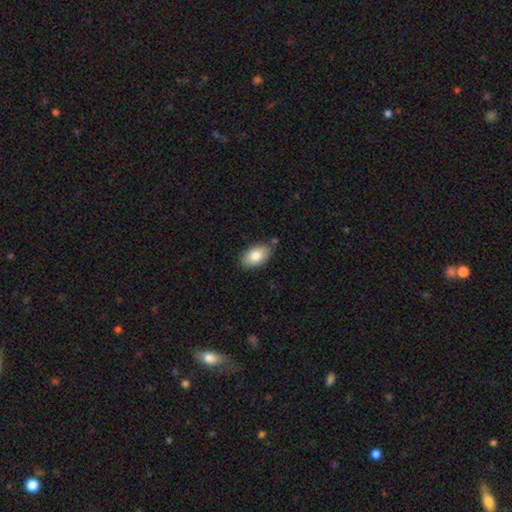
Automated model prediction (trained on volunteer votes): This appears to be a smooth galaxy with no disk features (82%) that is in between round and cigar-shaped (92%). Merging: none (78%).